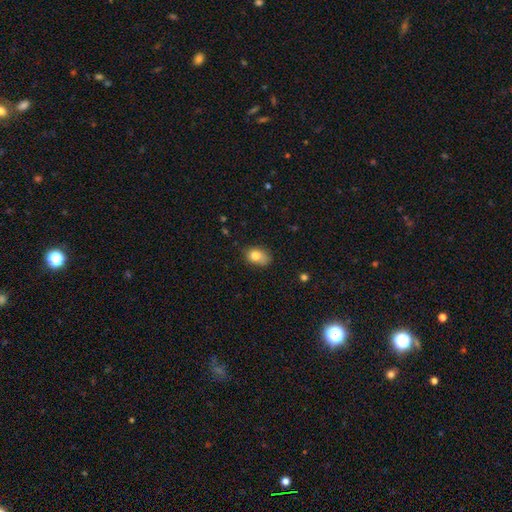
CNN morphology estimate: type=smooth (79%); roundness=in between (73%); merging=none (58%).